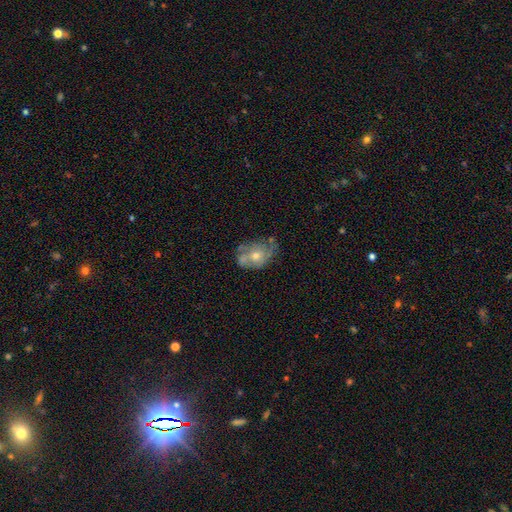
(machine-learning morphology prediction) Overall: featured or disk (62%; smooth 28%). Edge-on disk: no (96%). Bar: no (82%). Spiral arms: yes (65%; no 35%). Bulge size: moderate (58%; small 37%). Merging: none (53%; minor disturbance 28%).